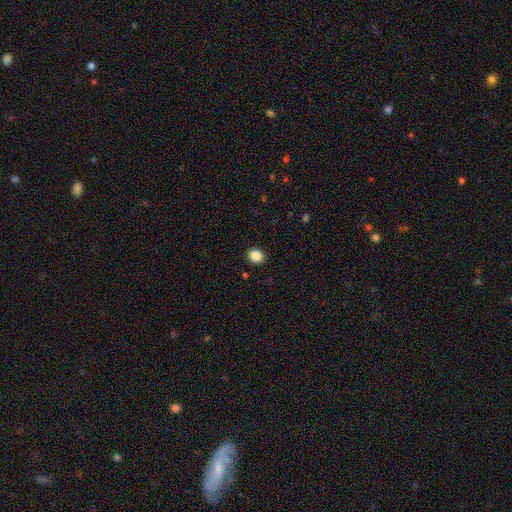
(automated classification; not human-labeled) Q: Smooth or featured?
A: smooth (87%); runner-up: star or artifact (10%)
Q: How rounded?
A: round (68%); runner-up: in between (31%)
Q: Merging?
A: none (91%); runner-up: minor disturbance (6%)